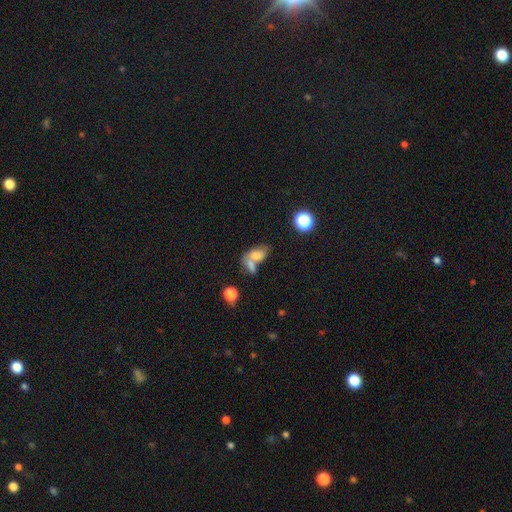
Smooth or featured: smooth — 81% (featured or disk — 14%)
How rounded: in between — 87% (round — 10%)
Merging: merger — 63% (none — 26%)